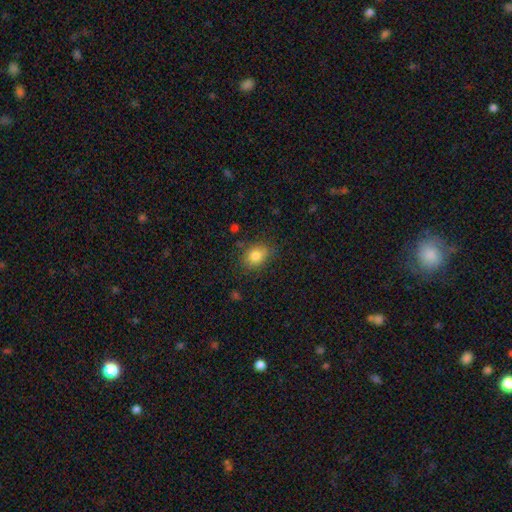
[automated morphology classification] smooth_or_featured: smooth (p=0.82) [alt: star or artifact p=0.10]
how_rounded: in between (p=0.58) [alt: round p=0.41]
merging: none (p=0.78) [alt: minor disturbance p=0.16]